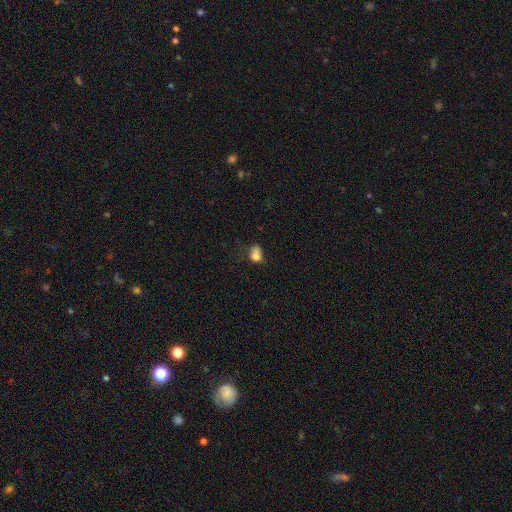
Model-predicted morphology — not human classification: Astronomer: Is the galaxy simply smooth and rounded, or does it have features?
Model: smooth — 72%.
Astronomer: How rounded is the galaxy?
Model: in between — 63%.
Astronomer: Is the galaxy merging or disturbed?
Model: none — 28% (runner-up: minor disturbance, 26%).